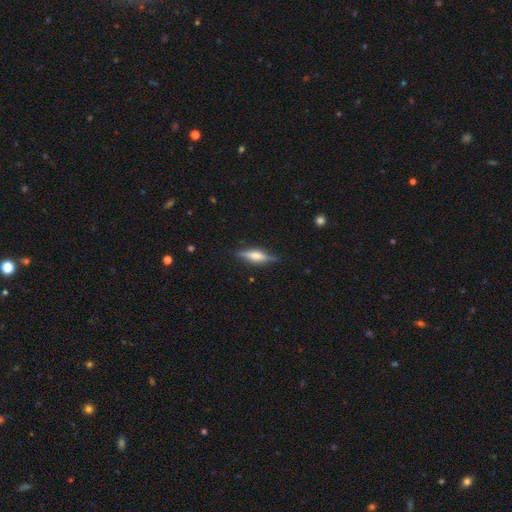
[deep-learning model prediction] Smooth or featured: featured or disk — 59% (smooth — 34%)
Edge-on disk: yes — 95% (no — 5%)
Edge-on bulge: rounded — 68% (boxy — 24%)
Merging: none — 82% (minor disturbance — 14%)